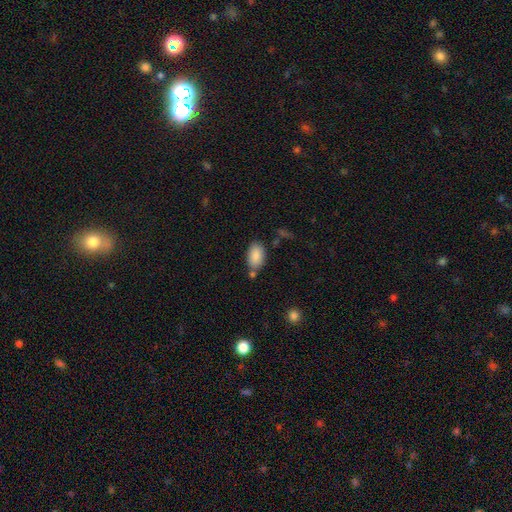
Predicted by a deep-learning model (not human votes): Smooth or featured: smooth — 87% (star or artifact — 7%)
How rounded: in between — 93% (round — 5%)
Merging: none — 68% (minor disturbance — 15%)